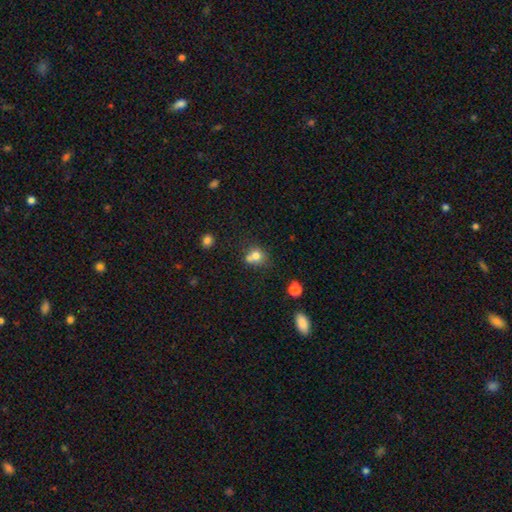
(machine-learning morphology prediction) Smooth or featured? smooth (74%)
How rounded? round (74%)
Merging? none (45%)